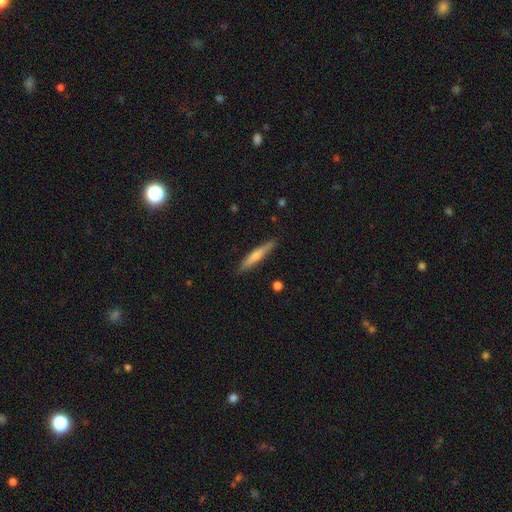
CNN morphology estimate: A smooth galaxy with no disk features (53%) that is cigar-shaped (92%). Merging: none (88%).